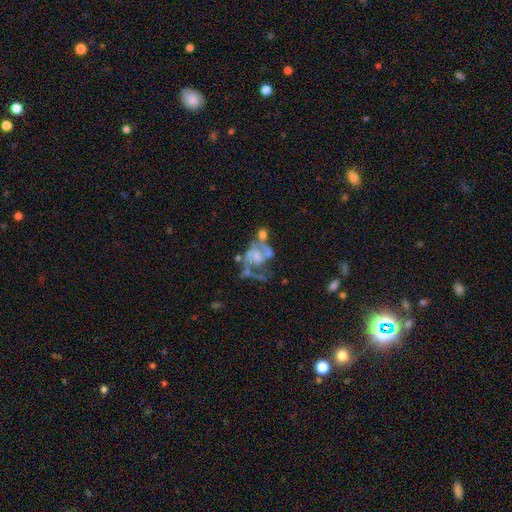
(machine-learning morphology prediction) The model was most divided on "spiral winding": medium: 43%, loose: 38%, tight: 19%. Remaining: edge-on disk — no (98%); smooth or featured — featured or disk (78%); spiral arms — yes (75%); bar — no (65%); spiral arm count — 2 (63%); bulge size — none (37%); merging — major disturbance (33%).